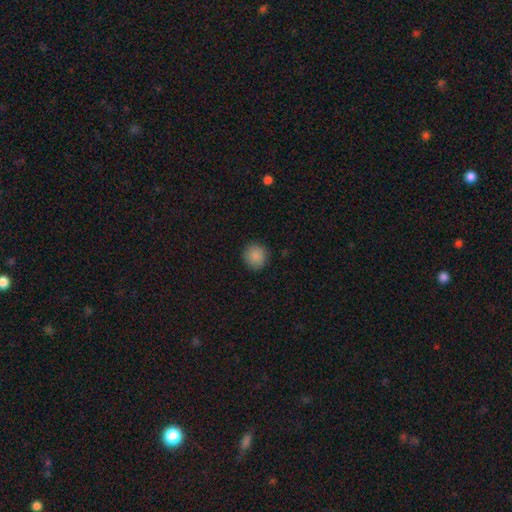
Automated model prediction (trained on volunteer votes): smooth 88%, star or artifact 9%, featured or disk 4%. Down the decision tree: how rounded — round (92%); merging — none (88%).